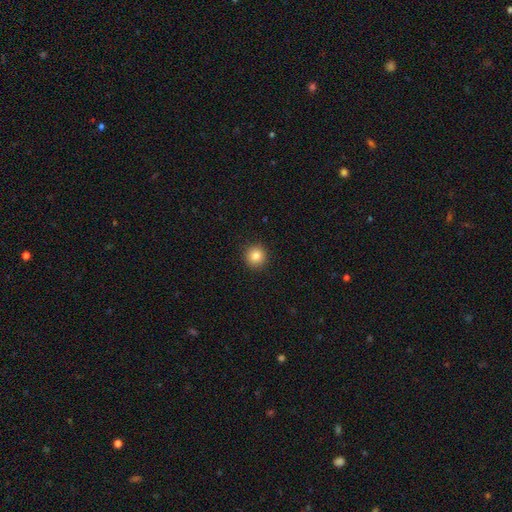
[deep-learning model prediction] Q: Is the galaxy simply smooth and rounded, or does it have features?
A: smooth — 85%.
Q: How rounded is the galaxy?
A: round — 94%.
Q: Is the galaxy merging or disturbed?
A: none — 92%.